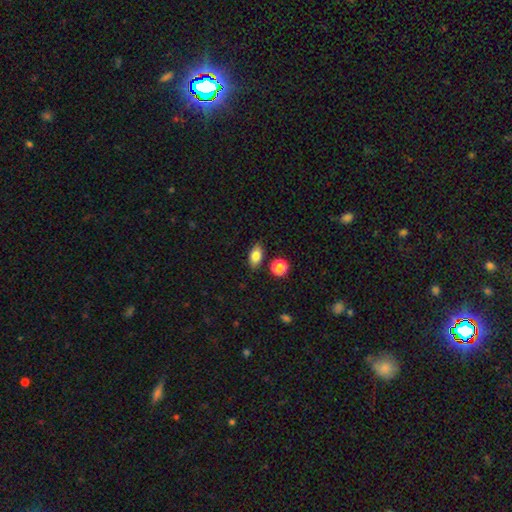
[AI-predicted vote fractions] This appears to be a smooth galaxy with no disk features (82%) that is in between round and cigar-shaped (84%). Merging: none (83%).